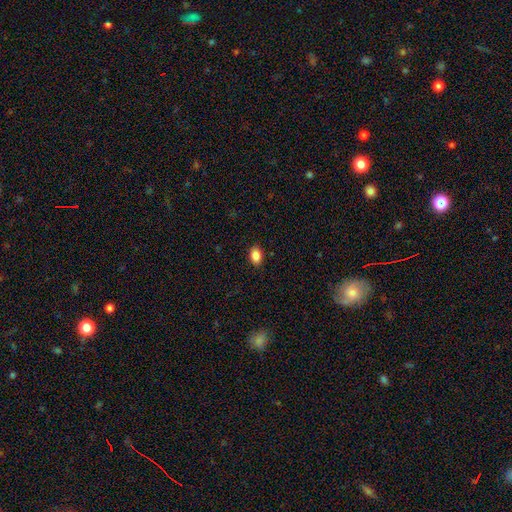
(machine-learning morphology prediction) Overall: smooth (87%). How rounded: in between (82%). Merging: none (88%).